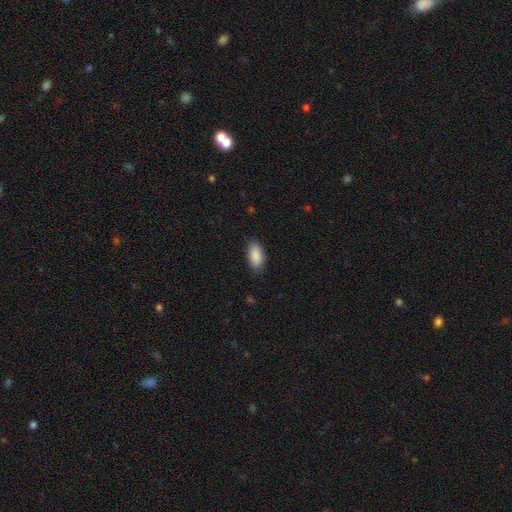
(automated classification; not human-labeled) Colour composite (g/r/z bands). It shows a smooth galaxy with no disk features (90%) that is in between round and cigar-shaped (93%). Merging: none (85%).